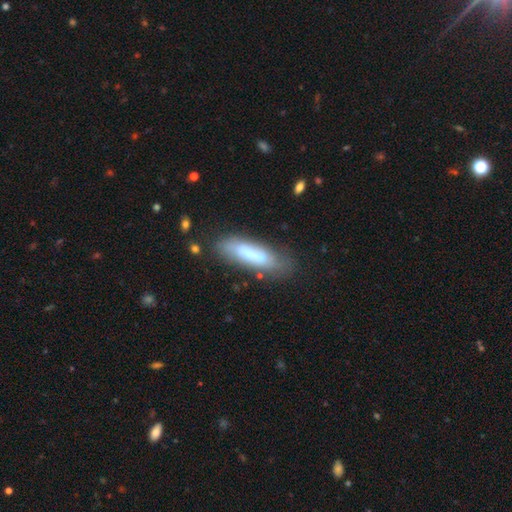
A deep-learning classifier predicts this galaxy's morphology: This is possibly a smooth galaxy (47%). Merging: likely none (61%).